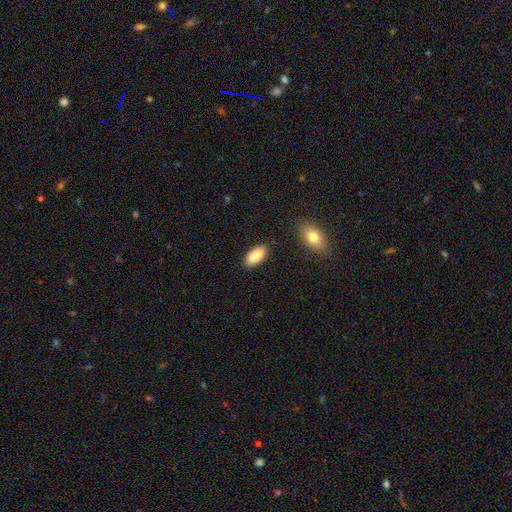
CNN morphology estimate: smooth 87%, featured or disk 7%, star or artifact 6%. Down the decision tree: how rounded — in between (91%); merging — none (86%).